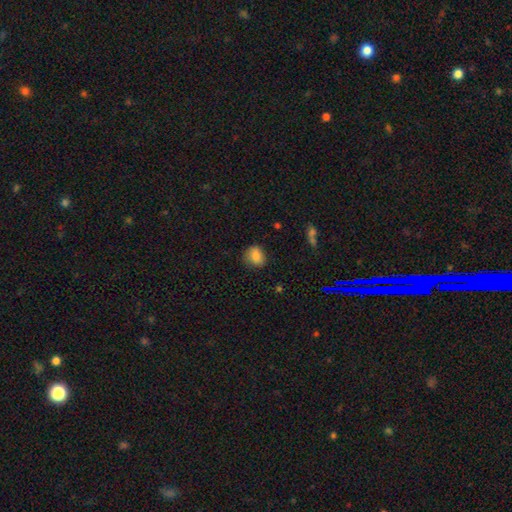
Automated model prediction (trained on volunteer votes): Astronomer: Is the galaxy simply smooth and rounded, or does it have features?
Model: smooth — 84%.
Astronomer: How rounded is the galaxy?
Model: round — 52% (runner-up: in between, 47%).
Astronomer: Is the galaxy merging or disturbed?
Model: none — 74%.